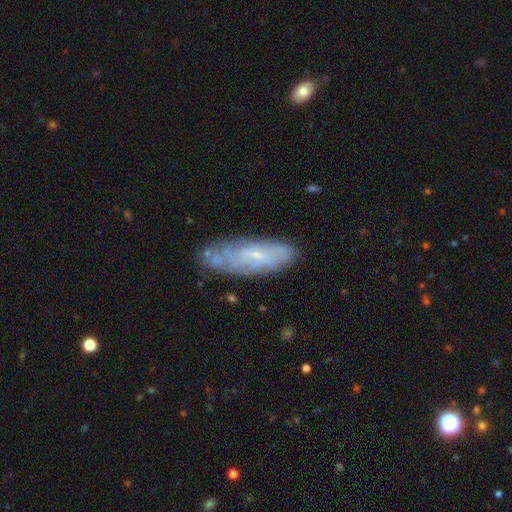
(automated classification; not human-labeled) Smooth or featured? featured or disk (54%)
Edge-on disk? no (80%)
Merging? none (66%)